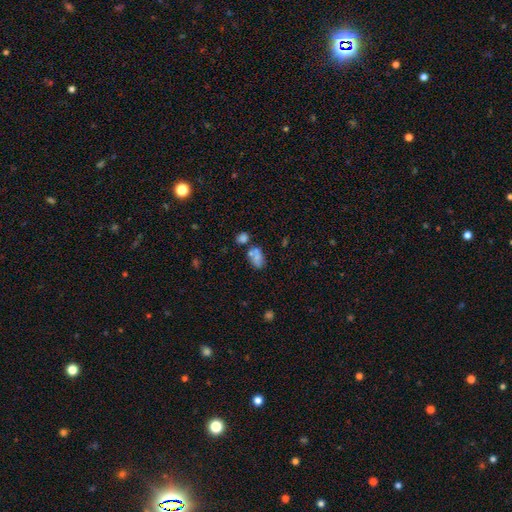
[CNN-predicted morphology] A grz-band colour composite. It shows a smooth galaxy with no disk features (70%) that is in between round and cigar-shaped (86%). Merging: none (45%).